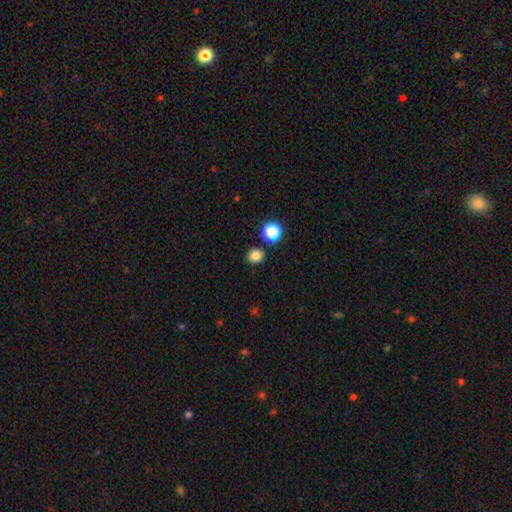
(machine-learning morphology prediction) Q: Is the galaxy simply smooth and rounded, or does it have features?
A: smooth — 82%.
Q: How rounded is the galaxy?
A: round — 85%.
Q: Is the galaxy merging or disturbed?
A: none — 86%.